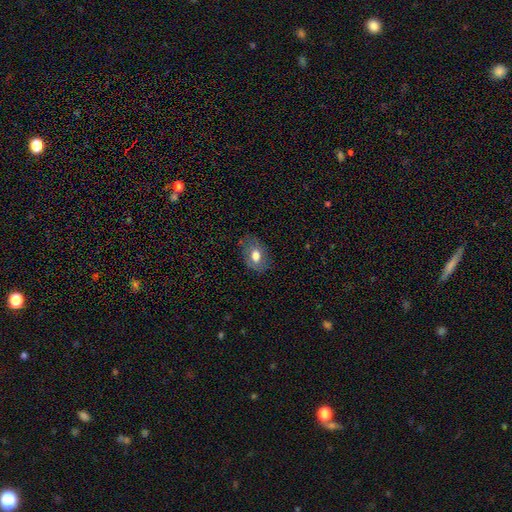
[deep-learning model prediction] Smooth or featured?
  - smooth: 70% *
  - featured or disk: 21%
  - star or artifact: 9%
How rounded?
  - in between: 80% *
  - round: 18%
  - cigar-shaped: 1%
Merging?
  - none: 71% *
  - minor disturbance: 21%
  - major disturbance: 7%
  - merger: 1%